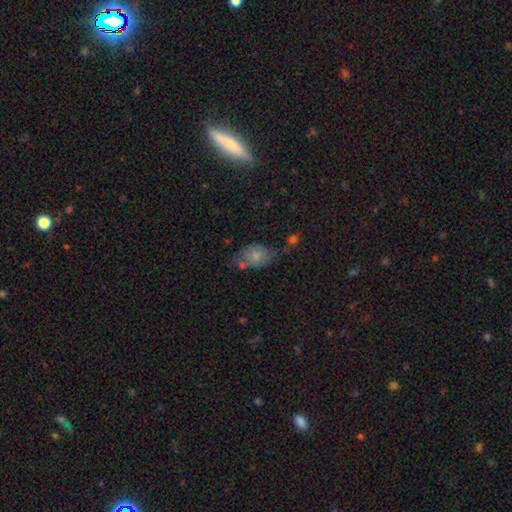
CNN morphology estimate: Smooth or featured? Predicted: smooth (p=0.70). How rounded? Predicted: in between (p=0.83). Merging? Predicted: none (p=0.42).